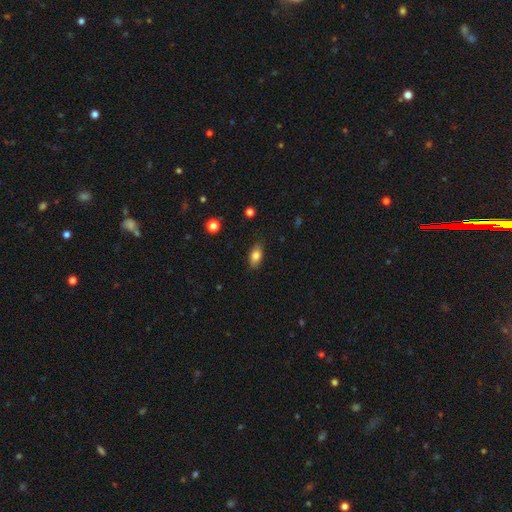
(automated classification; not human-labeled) Smooth or featured? Predicted: smooth (p=0.83). How rounded? Predicted: in between (p=0.88). Merging? Predicted: none (p=0.84).